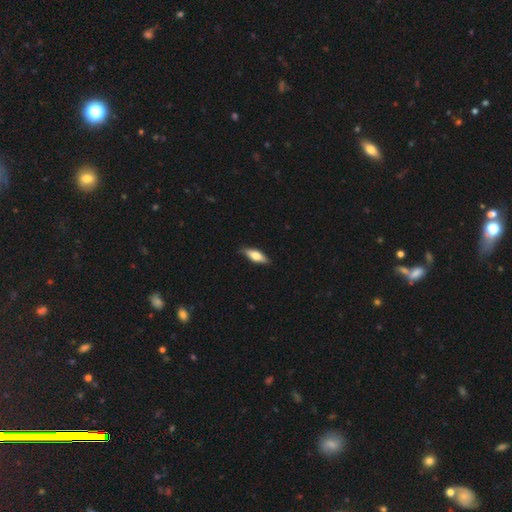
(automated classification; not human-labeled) smooth_or_featured: smooth (p=0.61) [alt: featured or disk p=0.33]
how_rounded: in between (p=0.59) [alt: cigar-shaped p=0.38]
merging: none (p=0.84) [alt: minor disturbance p=0.13]